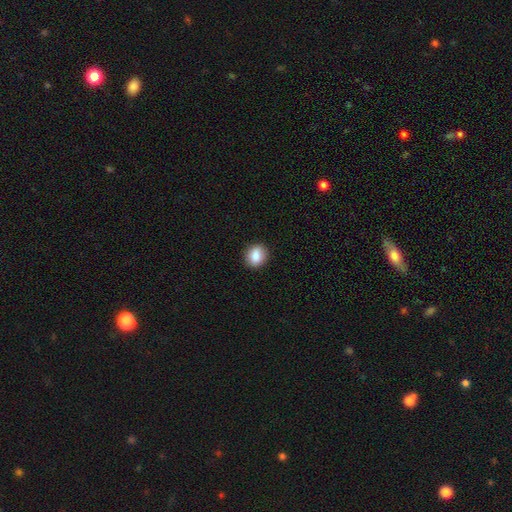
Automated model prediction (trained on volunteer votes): Q: Smooth or featured?
A: smooth (85%); runner-up: star or artifact (8%)
Q: How rounded?
A: round (58%); runner-up: in between (41%)
Q: Merging?
A: none (89%); runner-up: minor disturbance (8%)